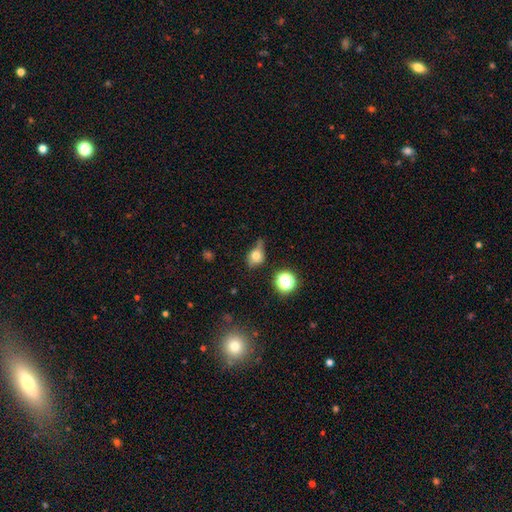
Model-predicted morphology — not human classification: smooth-or-featured: smooth: 68% | featured or disk: 17% | star or artifact: 14%
  how-rounded: in between: 49% | round: 48% | cigar-shaped: 2%
  merging: minor disturbance: 38% (tied) | none: 38% (tied) | major disturbance: 17% | merger: 6%